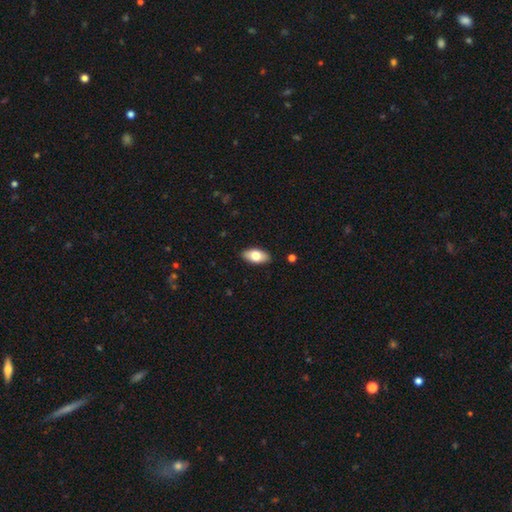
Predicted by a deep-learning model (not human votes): A smooth galaxy with no disk features (76%) that is in between round and cigar-shaped (92%).

Vote fractions:
- Smooth or featured? smooth: 76% / featured or disk: 17% / star or artifact: 6%
- How rounded? in between: 92% / cigar-shaped: 5% / round: 3%
- Merging? none: 89% / minor disturbance: 8% / major disturbance: 2% / merger: 1%